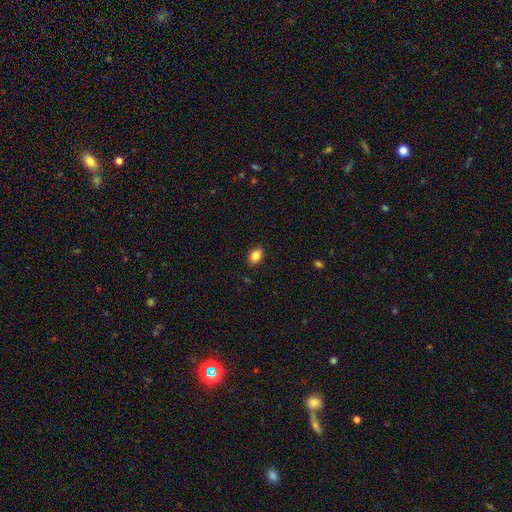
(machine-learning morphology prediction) Smooth or featured? smooth (85%)
How rounded? in between (76%)
Merging? none (88%)